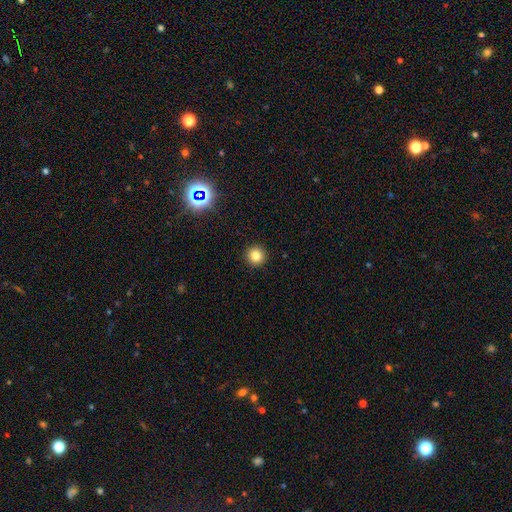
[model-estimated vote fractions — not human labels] Overall: smooth (81%). How rounded: round (95%). Merging: none (93%).